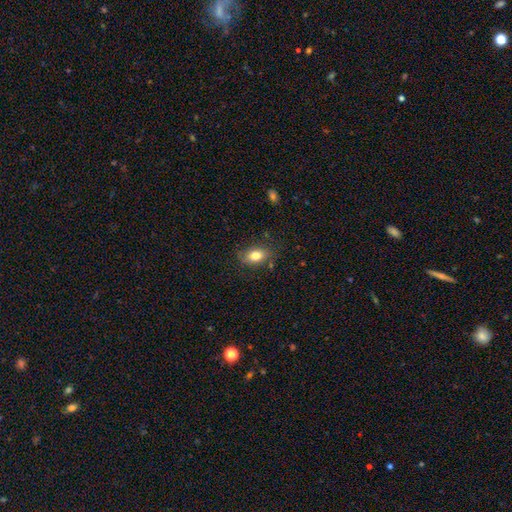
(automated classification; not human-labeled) The model was most divided on "merging": none: 79%, minor disturbance: 15%, major disturbance: 4%, merger: 2%. More confident: how rounded — in between (83%); smooth or featured — smooth (79%).